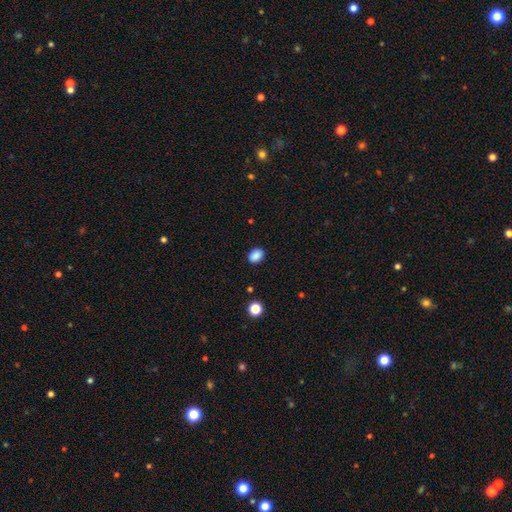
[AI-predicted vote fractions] A smooth galaxy with no disk features (88%) that is in between round and cigar-shaped (70%).

Vote fractions:
- Smooth or featured? smooth: 88% / star or artifact: 9% / featured or disk: 3%
- How rounded? in between: 70% / round: 29% / cigar-shaped: 1%
- Merging? none: 88% / minor disturbance: 9% / major disturbance: 2% / merger: 1%